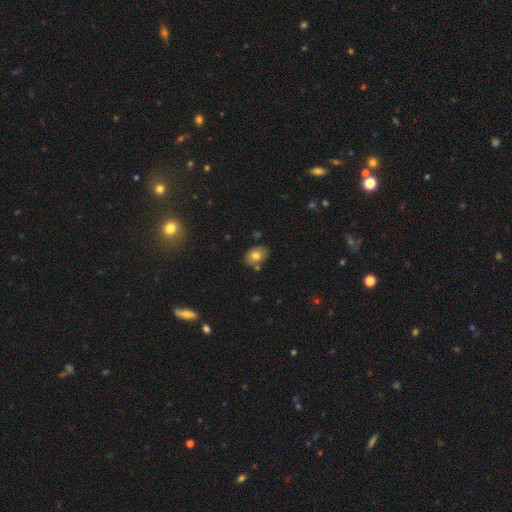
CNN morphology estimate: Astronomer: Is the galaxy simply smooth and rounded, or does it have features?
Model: smooth — 76%.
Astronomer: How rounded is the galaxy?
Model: in between — 75%.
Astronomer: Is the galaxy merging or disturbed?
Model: none — 79%.